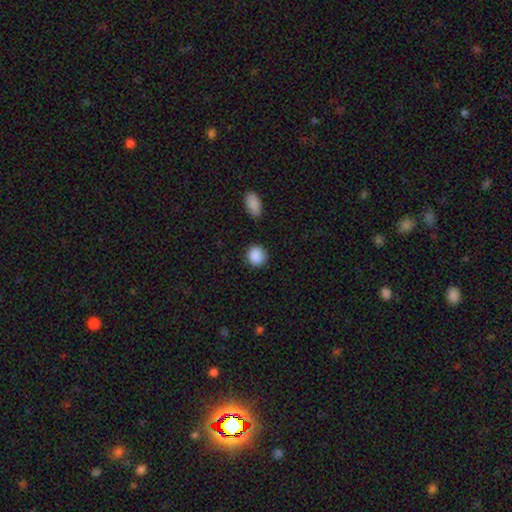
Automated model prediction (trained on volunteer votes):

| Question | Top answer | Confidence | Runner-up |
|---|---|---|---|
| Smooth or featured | smooth | 89% | star or artifact (8%) |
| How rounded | round | 84% | in between (15%) |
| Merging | none | 85% | minor disturbance (10%) |